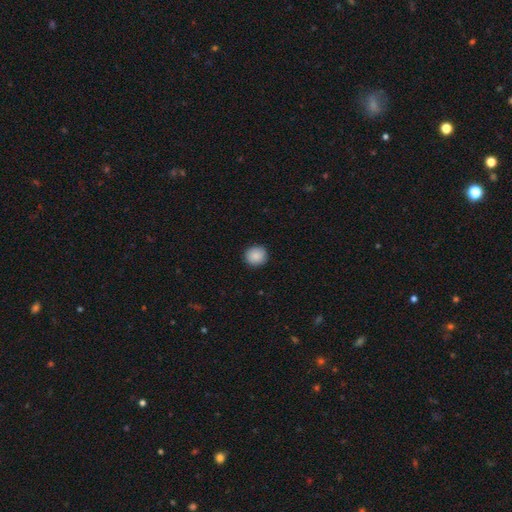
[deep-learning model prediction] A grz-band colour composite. It shows a smooth galaxy with no disk features (89%) that is round (87%). Merging: none (90%).